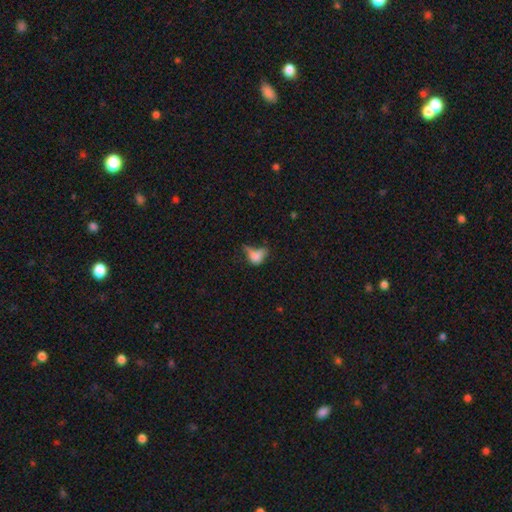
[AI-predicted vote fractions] smooth-or-featured: smooth: 67% | featured or disk: 18% | star or artifact: 15%
  how-rounded: in between: 76% | round: 19% | cigar-shaped: 5%
  merging: major disturbance: 38% | none: 24% | minor disturbance: 23% | merger: 16%